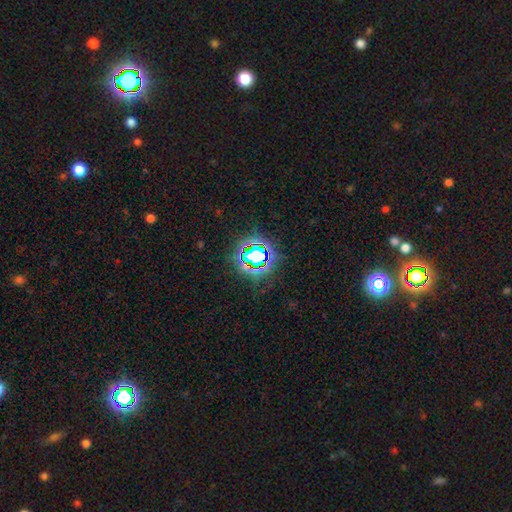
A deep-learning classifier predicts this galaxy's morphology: smooth_or_featured: star or artifact (p=0.70) [alt: smooth p=0.19]